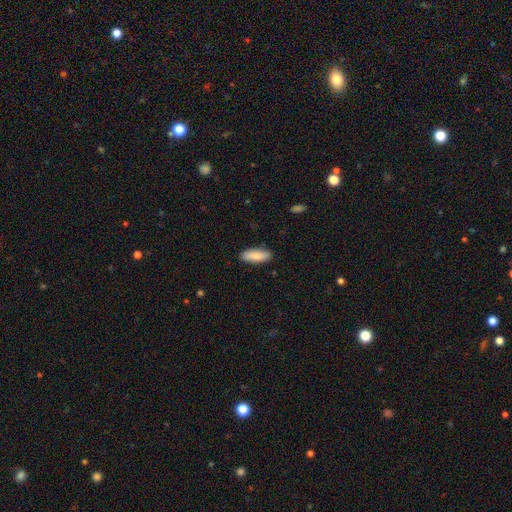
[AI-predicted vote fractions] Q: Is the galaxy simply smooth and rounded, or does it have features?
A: smooth — 83%.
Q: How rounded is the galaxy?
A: in between — 65%.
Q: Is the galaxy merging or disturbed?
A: none — 88%.